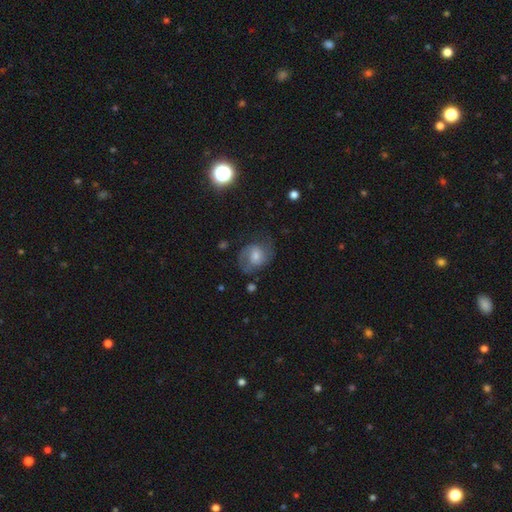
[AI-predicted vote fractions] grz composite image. It shows a featured or disk galaxy (66%) with no bar (54%), 2 (77%) medium (50%) spiral arms (90%) and a moderate central bulge (47%). Merging: none (68%).